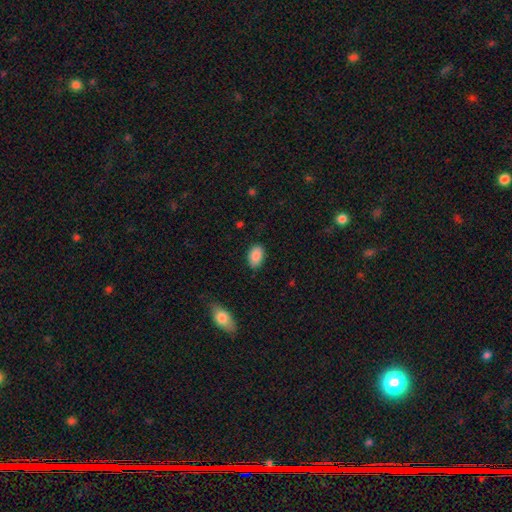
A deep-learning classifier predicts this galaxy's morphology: Q: Smooth or featured?
A: smooth (88%); runner-up: star or artifact (7%)
Q: How rounded?
A: in between (88%); runner-up: round (11%)
Q: Merging?
A: none (84%); runner-up: minor disturbance (13%)